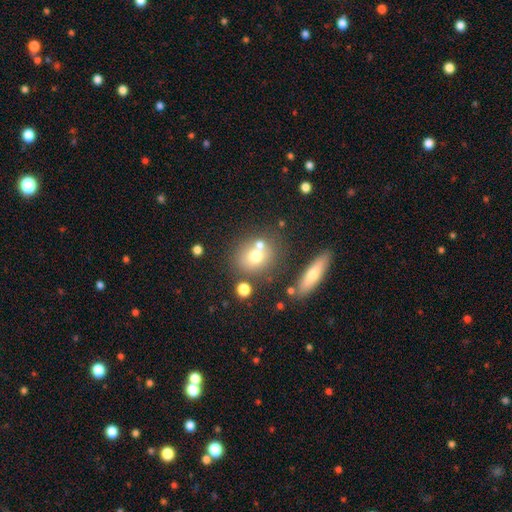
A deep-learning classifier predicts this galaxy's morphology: The model was most divided on "merging": none: 58%, merger: 26%, minor disturbance: 11%, major disturbance: 5%. More confident: how rounded — round (69%); smooth or featured — smooth (67%).